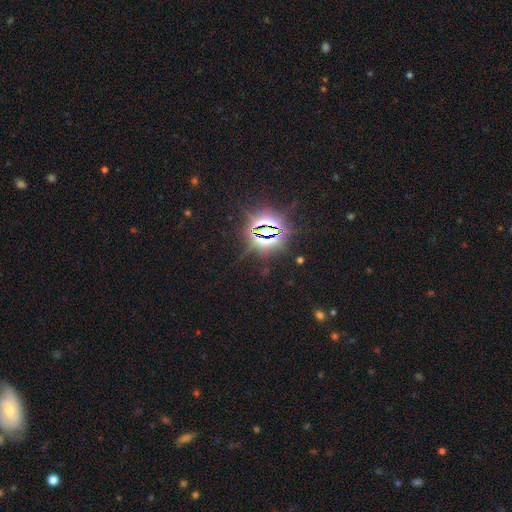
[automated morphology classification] type=star or artifact (85%).